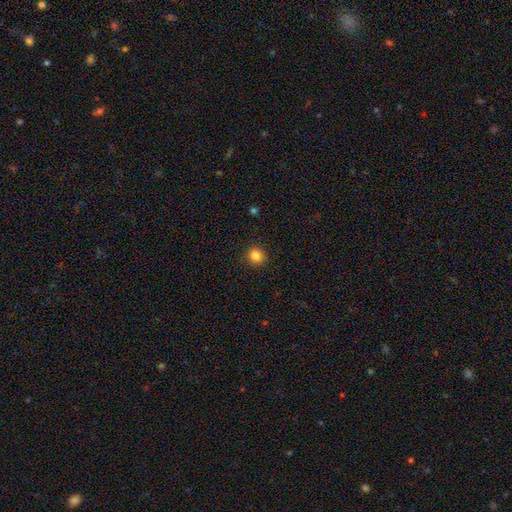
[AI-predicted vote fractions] Smooth or featured: smooth — 85% (star or artifact — 11%)
How rounded: round — 92% (in between — 7%)
Merging: none — 92% (minor disturbance — 6%)